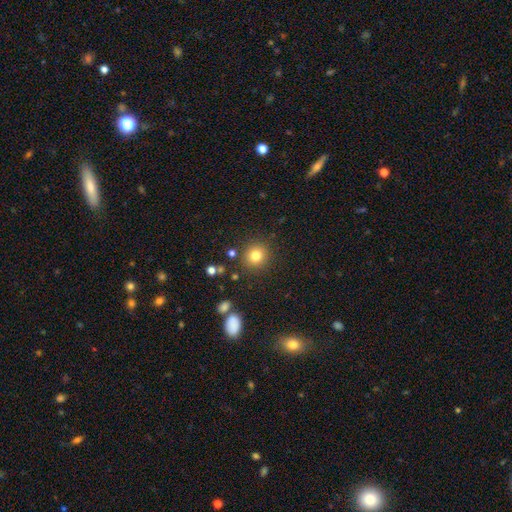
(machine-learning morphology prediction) Smooth or featured? Predicted: smooth (p=0.81). How rounded? Predicted: round (p=0.90). Merging? Predicted: none (p=0.87).